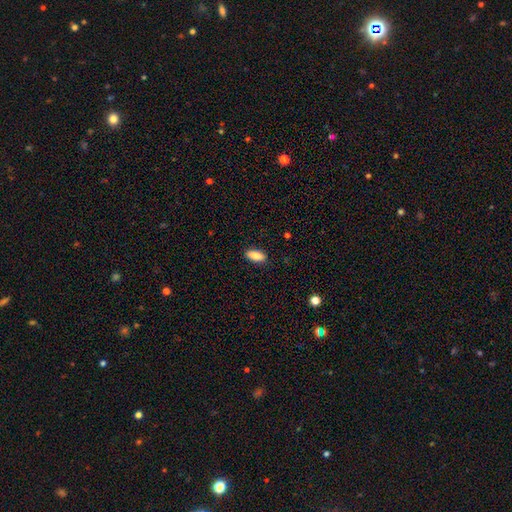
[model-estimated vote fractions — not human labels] smooth-or-featured: smooth: 87% | star or artifact: 7% | featured or disk: 6%
  how-rounded: in between: 84% | cigar-shaped: 13% | round: 2%
  merging: none: 89% | minor disturbance: 8% | major disturbance: 2% | merger: 1%